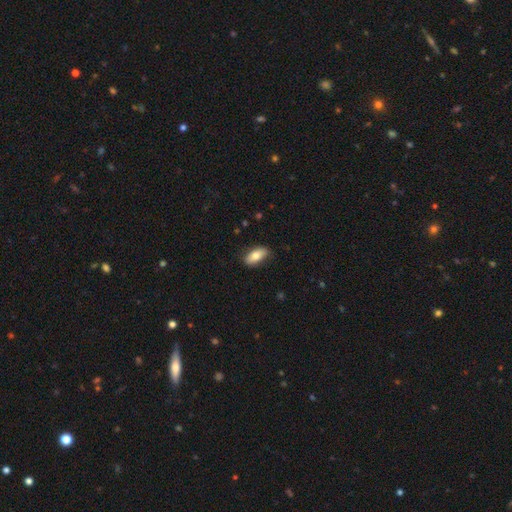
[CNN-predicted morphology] The model was most divided on "smooth or featured": smooth: 77%, featured or disk: 17%, star or artifact: 6%. More confident: how rounded — in between (87%); merging — none (82%).